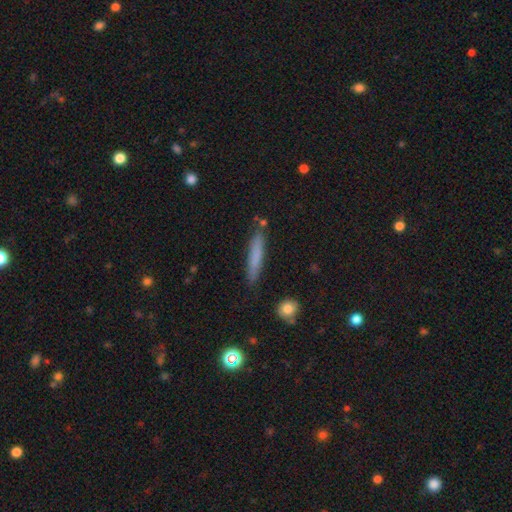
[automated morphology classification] The model was most divided on "smooth or featured": smooth: 73%, featured or disk: 19%, star or artifact: 8%. More confident: how rounded — cigar-shaped (92%); merging — none (84%).